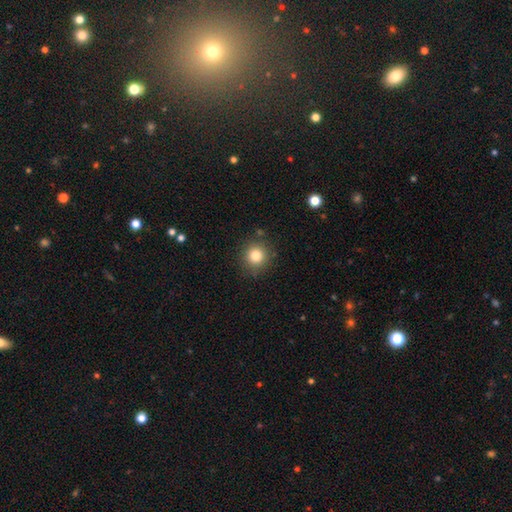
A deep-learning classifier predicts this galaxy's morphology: This is clearly a smooth galaxy (82%). How rounded: clearly round (92%). Merging: clearly none (87%).